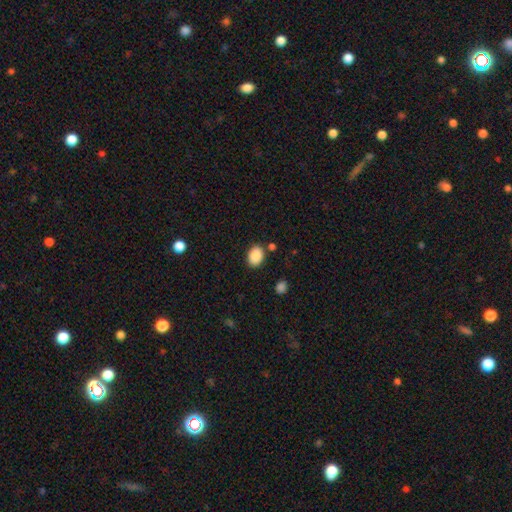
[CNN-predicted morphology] Smooth or featured? Predicted: smooth (p=0.89). How rounded? Predicted: in between (p=0.74). Merging? Predicted: none (p=0.82).